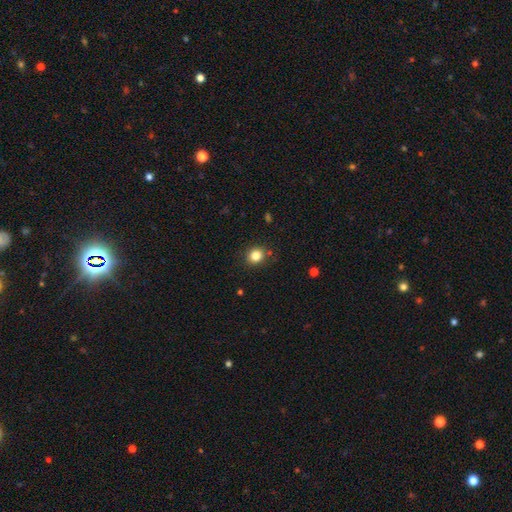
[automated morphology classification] Smooth or featured: smooth — 83% (star or artifact — 12%)
How rounded: round — 84% (in between — 15%)
Merging: none — 87% (minor disturbance — 8%)